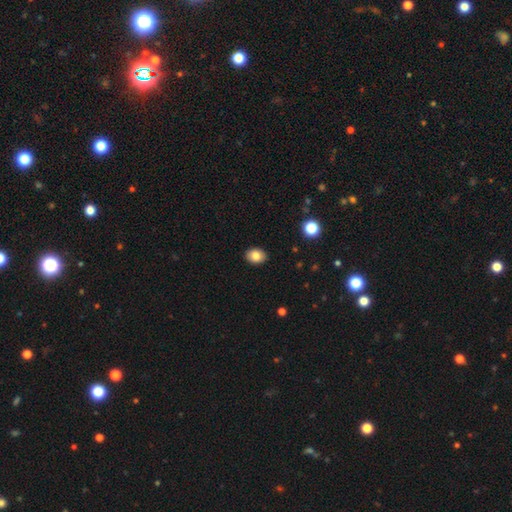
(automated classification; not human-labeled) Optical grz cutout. It shows a smooth galaxy with no disk features (83%) that is in between round and cigar-shaped (70%). Merging: none (90%).